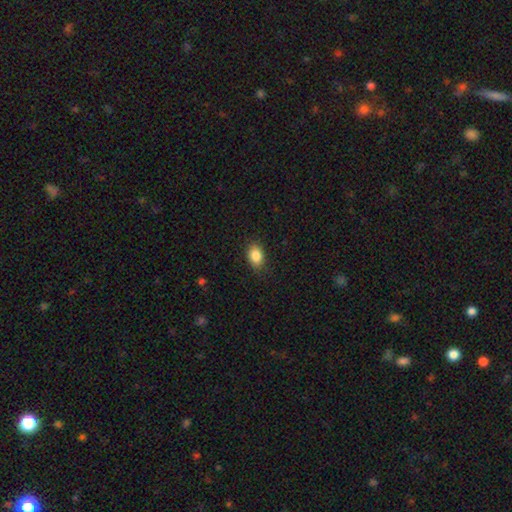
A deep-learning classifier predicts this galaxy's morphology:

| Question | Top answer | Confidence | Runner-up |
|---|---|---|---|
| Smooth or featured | smooth | 87% | star or artifact (8%) |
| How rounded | in between | 79% | round (19%) |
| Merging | none | 84% | minor disturbance (13%) |